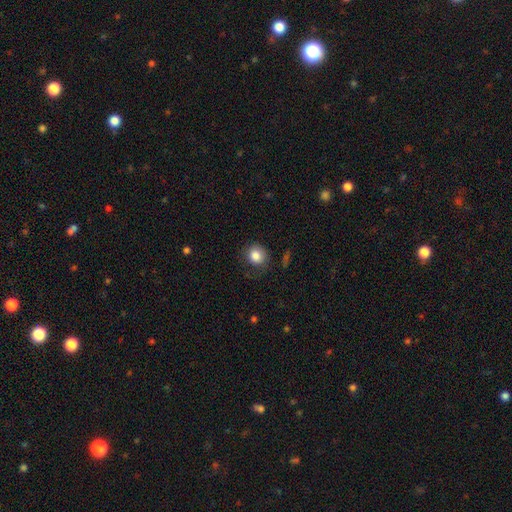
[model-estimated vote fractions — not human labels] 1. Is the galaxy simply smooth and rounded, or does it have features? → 84% smooth, 9% star or artifact, 7% featured or disk.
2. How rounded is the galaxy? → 84% round, 15% in between, 1% cigar-shaped.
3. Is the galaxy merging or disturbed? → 72% none, 18% minor disturbance, 8% major disturbance, 2% merger.